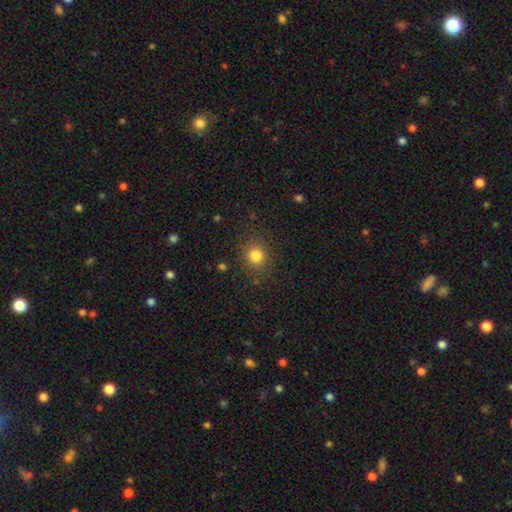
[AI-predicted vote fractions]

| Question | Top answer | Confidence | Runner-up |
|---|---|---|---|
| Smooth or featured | smooth | 81% | star or artifact (13%) |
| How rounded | round | 89% | in between (10%) |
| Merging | none | 87% | minor disturbance (8%) |